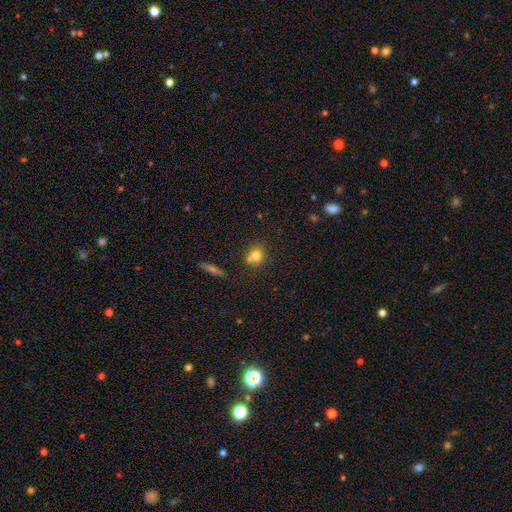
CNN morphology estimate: Smooth or featured: smooth — 74% (star or artifact — 13%)
How rounded: round — 82% (in between — 16%)
Merging: none — 61% (merger — 25%)